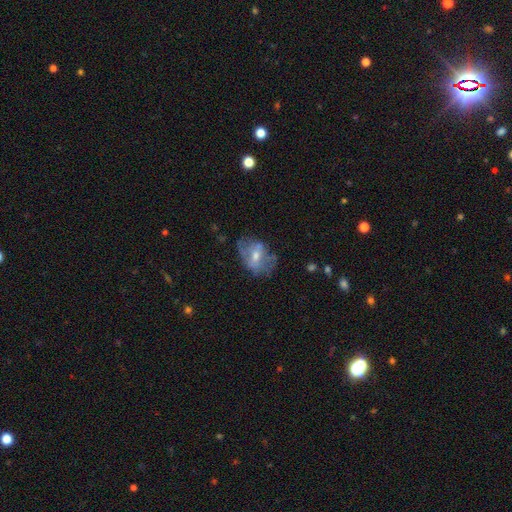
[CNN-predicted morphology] Smooth or featured?
  - featured or disk: 53% *
  - smooth: 39%
  - star or artifact: 9%
Edge-on disk?
  - no: 95% *
  - yes: 5%
Bar?
  - no: 52% *
  - weak: 37%
  - strong: 11%
Spiral arms?
  - no: 67% *
  - yes: 33%
Bulge size?
  - moderate: 58% *
  - small: 33%
  - large: 4%
  - none: 4%
  - dominant: 1%
Merging?
  - none: 47% *
  - minor disturbance: 28%
  - major disturbance: 20%
  - merger: 5%